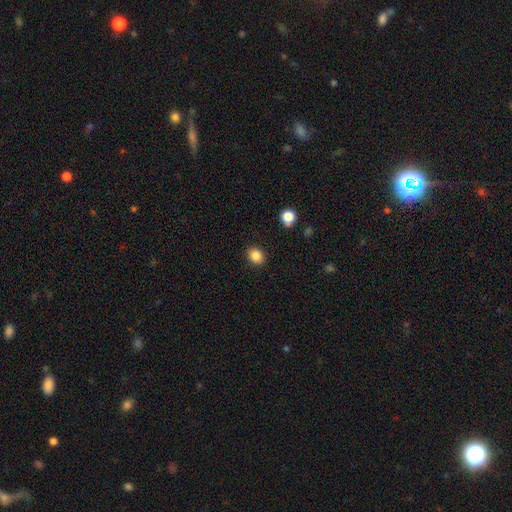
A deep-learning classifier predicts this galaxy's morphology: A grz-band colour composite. It shows a smooth galaxy with no disk features (86%) that is round (55%). Merging: none (89%).